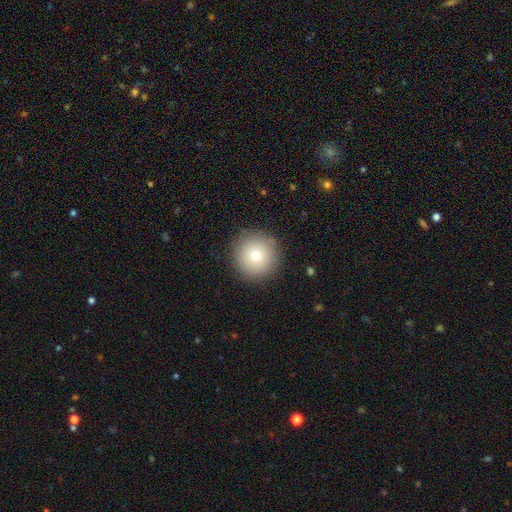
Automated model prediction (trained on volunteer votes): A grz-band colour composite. It shows a smooth galaxy with no disk features (76%) that is round (96%). Merging: none (90%).